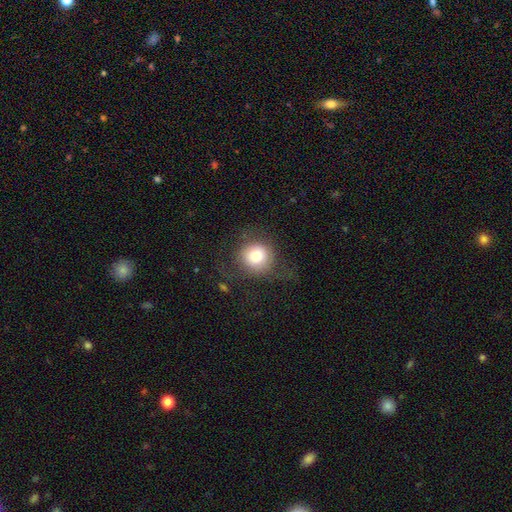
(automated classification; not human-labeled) Smooth or featured: smooth — 74% (featured or disk — 16%)
How rounded: round — 91% (in between — 8%)
Merging: none — 67% (minor disturbance — 17%)